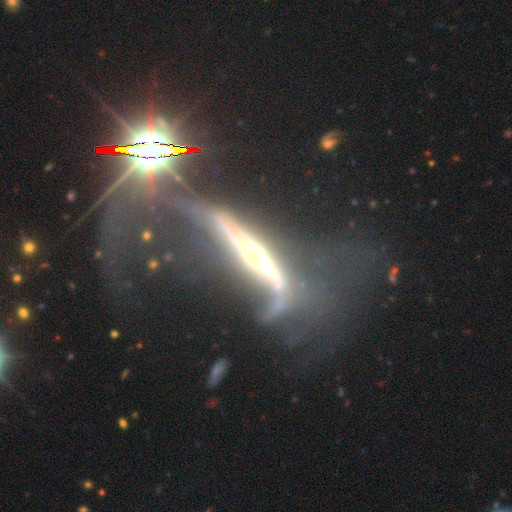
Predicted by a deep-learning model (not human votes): A featured or disk galaxy (82%) viewed edge-on (79%) with a rounded central bulge (76%).

Vote fractions:
- Smooth or featured? featured or disk: 82% / smooth: 10% / star or artifact: 8%
- Edge-on disk? yes: 79% / no: 21%
- Edge-on bulge? rounded: 76% / boxy: 14% / none: 11%
- Merging? none: 32% / major disturbance: 30% / merger: 21% / minor disturbance: 17%